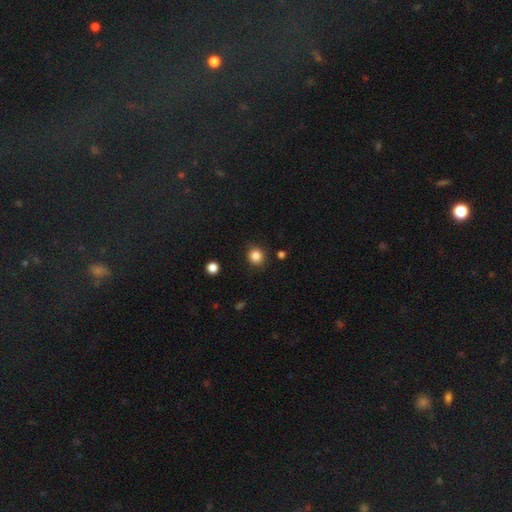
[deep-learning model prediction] The model was most divided on "smooth or featured": smooth: 85%, star or artifact: 11%, featured or disk: 4%. More confident: how rounded — round (87%); merging — none (86%).